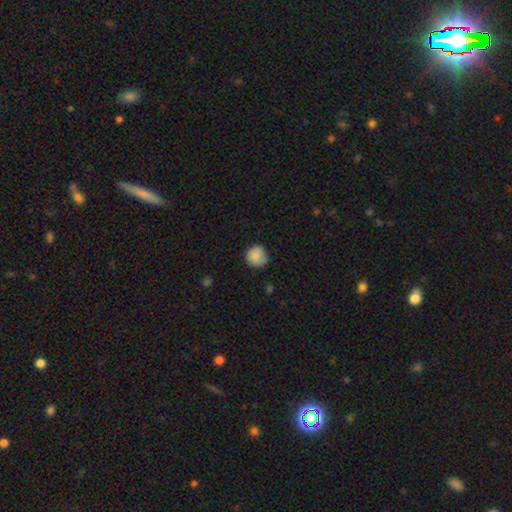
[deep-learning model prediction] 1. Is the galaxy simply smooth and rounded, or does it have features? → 86% smooth, 8% star or artifact, 6% featured or disk.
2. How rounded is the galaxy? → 91% round, 8% in between, 1% cigar-shaped.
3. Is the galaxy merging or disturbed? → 74% none, 21% minor disturbance, 4% major disturbance, 1% merger.